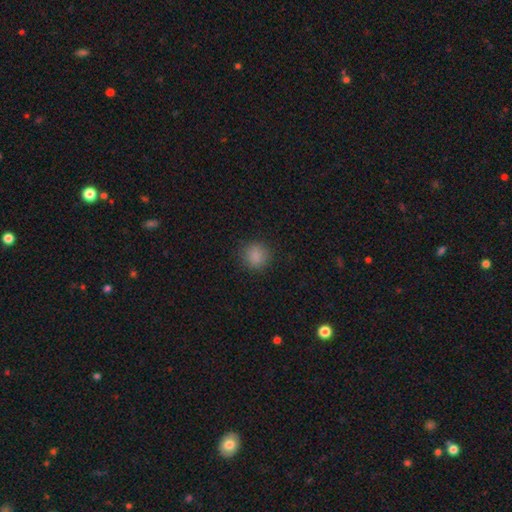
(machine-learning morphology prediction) smooth 85%, star or artifact 11%, featured or disk 3%. Down the decision tree: how rounded — round (89%); merging — none (88%).